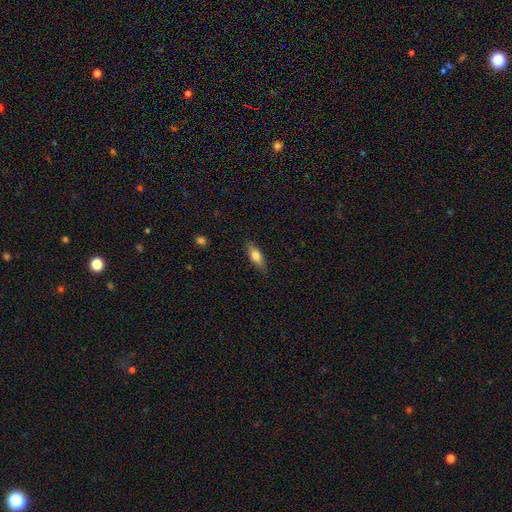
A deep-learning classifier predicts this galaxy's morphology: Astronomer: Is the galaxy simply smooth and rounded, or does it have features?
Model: smooth — 73%.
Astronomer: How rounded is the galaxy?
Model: in between — 66%.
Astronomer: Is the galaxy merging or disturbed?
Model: none — 82%.